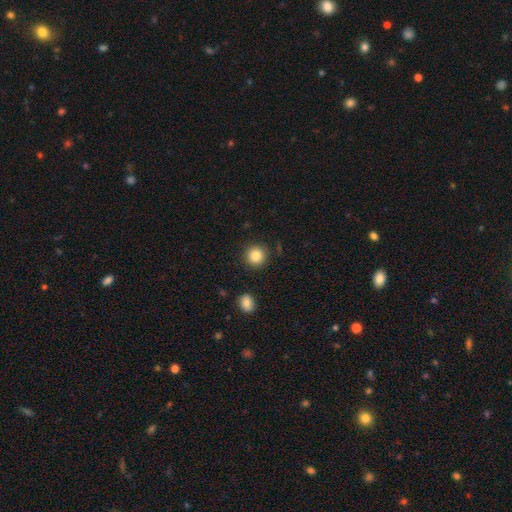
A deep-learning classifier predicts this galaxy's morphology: smooth 85%, star or artifact 10%, featured or disk 5%. Down the decision tree: how rounded — round (93%); merging — none (90%).